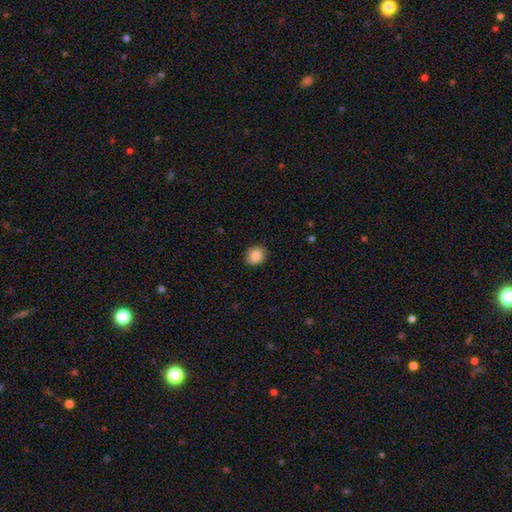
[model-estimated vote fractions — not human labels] Morphology: type=smooth (86%); roundness=round (62%); merging=none (81%).